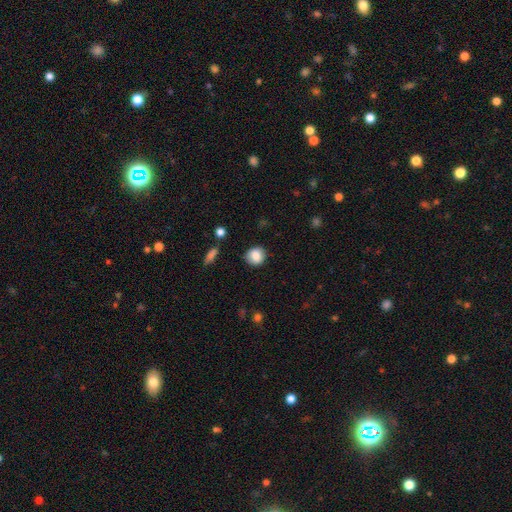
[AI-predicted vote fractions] A smooth galaxy with no disk features (85%) that is round (81%). Merging: none (85%).